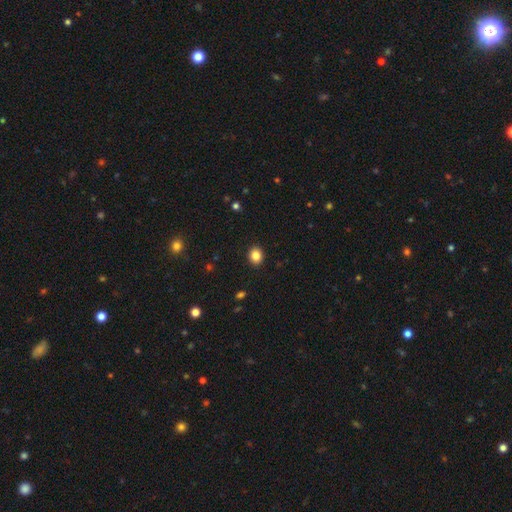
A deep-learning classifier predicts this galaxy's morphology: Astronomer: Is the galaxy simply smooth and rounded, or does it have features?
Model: smooth — 85%.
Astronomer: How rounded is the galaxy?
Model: round — 64%.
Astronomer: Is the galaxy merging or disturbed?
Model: none — 92%.